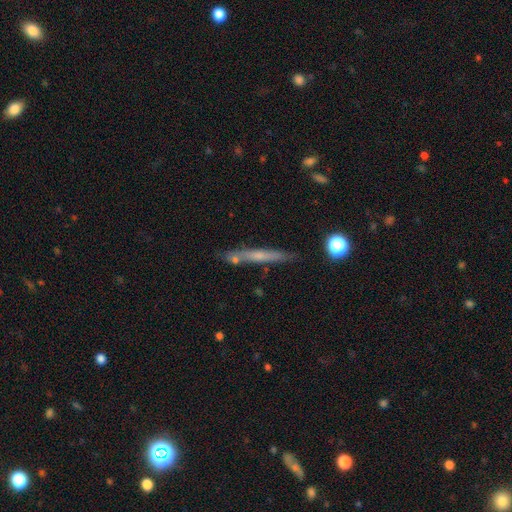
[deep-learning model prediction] Smooth or featured?
  - featured or disk: 48% *
  - smooth: 43%
  - star or artifact: 9%
Merging?
  - none: 80% *
  - minor disturbance: 12%
  - merger: 5%
  - major disturbance: 3%